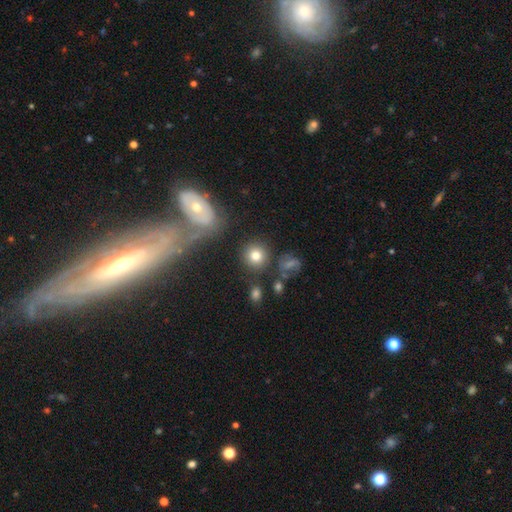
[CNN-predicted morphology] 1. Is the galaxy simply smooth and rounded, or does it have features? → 79% smooth, 11% star or artifact, 10% featured or disk.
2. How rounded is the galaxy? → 90% round, 9% in between, 1% cigar-shaped.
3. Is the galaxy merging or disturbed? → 80% none, 9% minor disturbance, 7% merger, 5% major disturbance.